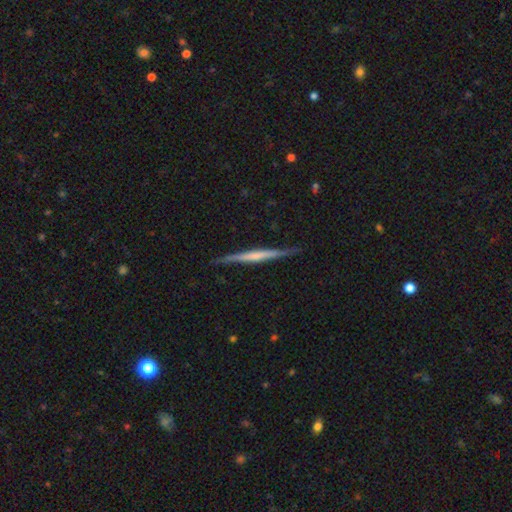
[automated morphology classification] Smooth or featured: featured or disk — 67% (smooth — 27%)
Edge-on disk: yes — 98% (no — 2%)
Edge-on bulge: none — 51% (rounded — 27%)
Merging: none — 87% (minor disturbance — 10%)